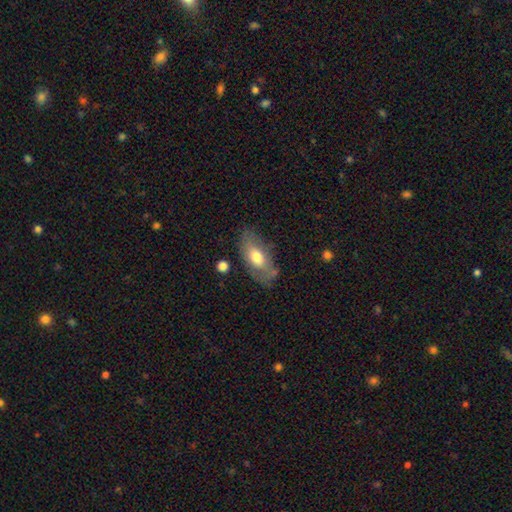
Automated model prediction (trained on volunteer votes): A smooth galaxy with no disk features (58%) that is in between round and cigar-shaped (87%). Merging: none (71%).